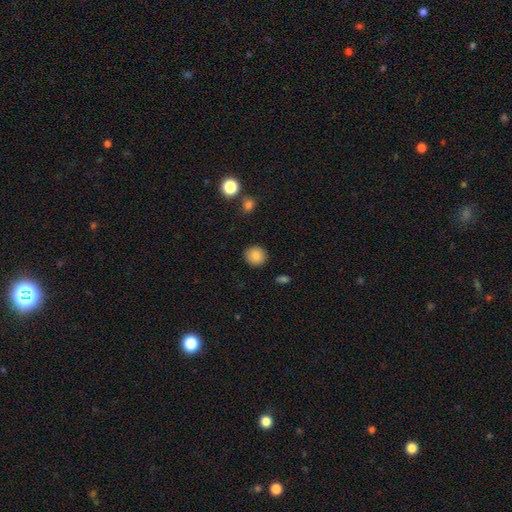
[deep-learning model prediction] Smooth or featured?
  - smooth: 85% *
  - star or artifact: 9%
  - featured or disk: 6%
How rounded?
  - round: 86% *
  - in between: 13%
  - cigar-shaped: 1%
Merging?
  - none: 89% *
  - minor disturbance: 7%
  - major disturbance: 2%
  - merger: 1%